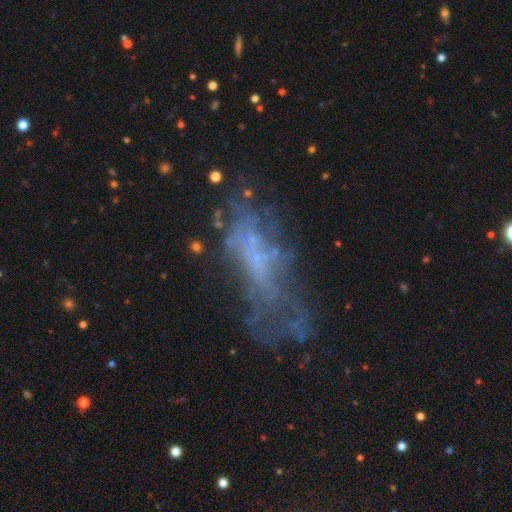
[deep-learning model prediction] Q: Smooth or featured?
A: featured or disk (55%); runner-up: smooth (25%)
Q: Edge-on disk?
A: no (88%); runner-up: yes (12%)
Q: Merging?
A: none (42%); runner-up: major disturbance (31%)